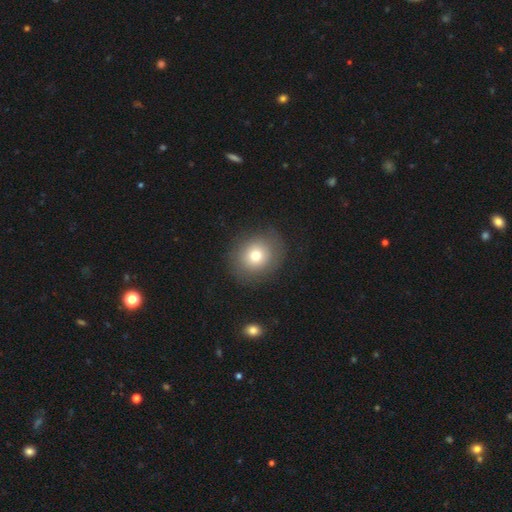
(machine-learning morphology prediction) Overall: smooth (73%). How rounded: round (76%). Merging: none (84%).